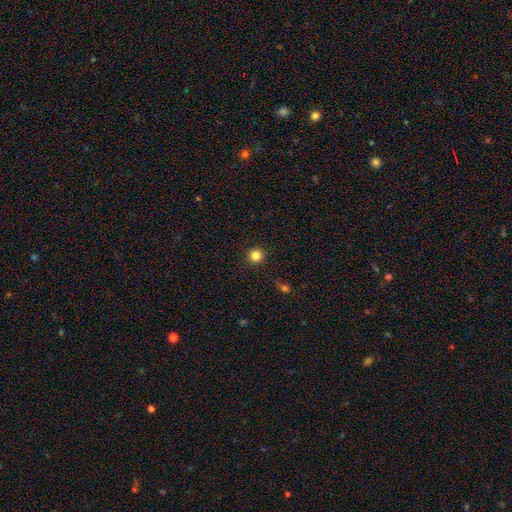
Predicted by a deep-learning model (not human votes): Overall: smooth (84%). How rounded: round (95%). Merging: none (92%).